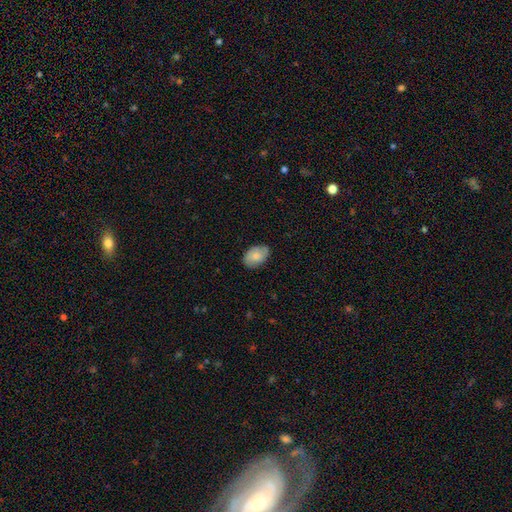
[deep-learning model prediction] smooth_or_featured: smooth (p=0.75) [alt: featured or disk p=0.18]
how_rounded: in between (p=0.86) [alt: round p=0.13]
merging: none (p=0.77) [alt: minor disturbance p=0.18]